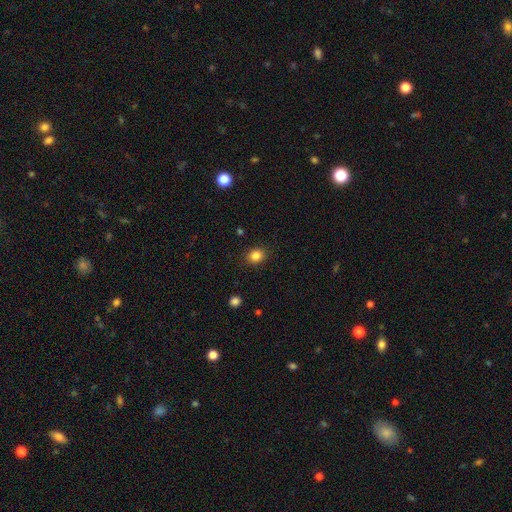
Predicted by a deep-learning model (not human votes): Smooth or featured? Predicted: smooth (p=0.84). How rounded? Predicted: round (p=0.69). Merging? Predicted: none (p=0.89).